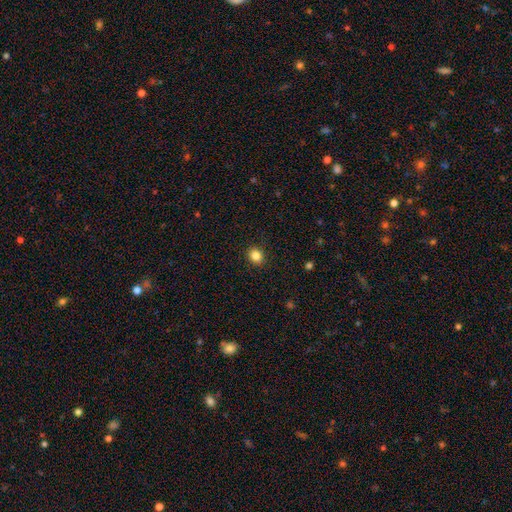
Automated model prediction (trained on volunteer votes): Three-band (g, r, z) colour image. It shows a smooth galaxy with no disk features (85%) that is round (75%). Merging: none (91%).